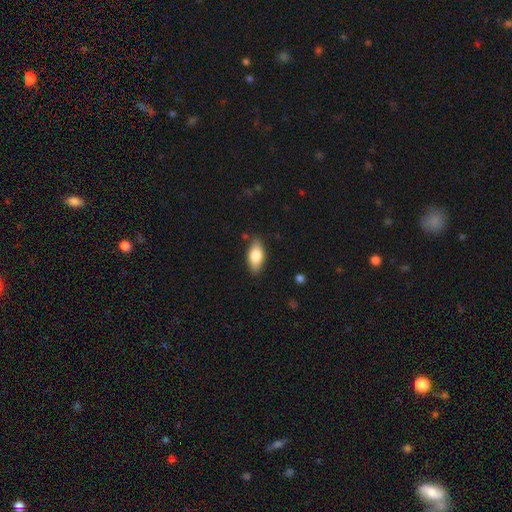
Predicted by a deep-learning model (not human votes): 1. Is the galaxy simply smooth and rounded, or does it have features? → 78% smooth, 16% featured or disk, 6% star or artifact.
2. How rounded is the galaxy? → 88% in between, 9% cigar-shaped, 3% round.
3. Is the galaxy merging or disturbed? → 83% none, 13% minor disturbance, 2% major disturbance, 2% merger.